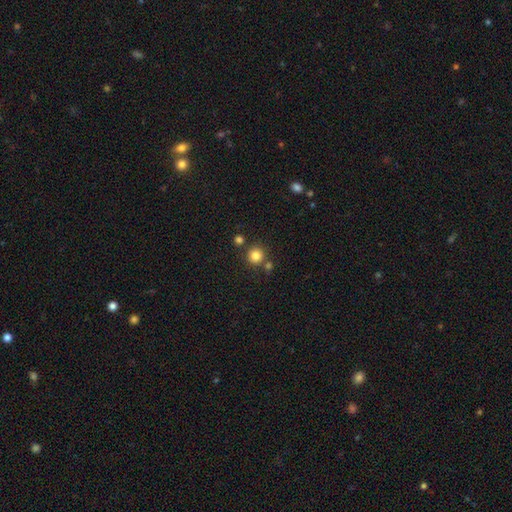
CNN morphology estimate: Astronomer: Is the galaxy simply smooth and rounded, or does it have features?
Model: smooth — 82%.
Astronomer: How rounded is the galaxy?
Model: round — 94%.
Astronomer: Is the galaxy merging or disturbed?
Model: none — 78%.